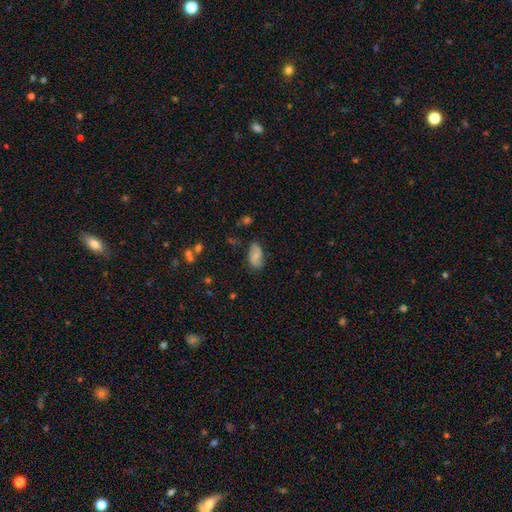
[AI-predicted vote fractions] Smooth or featured? smooth (53%)
How rounded? in between (92%)
Merging? none (71%)